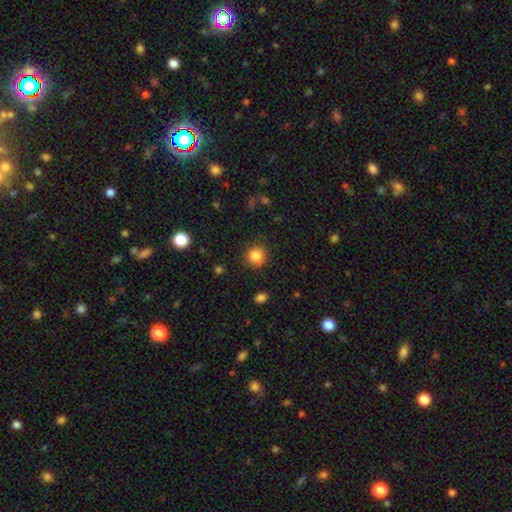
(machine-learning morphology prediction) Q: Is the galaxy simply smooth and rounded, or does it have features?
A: smooth — 84%.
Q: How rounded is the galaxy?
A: round — 92%.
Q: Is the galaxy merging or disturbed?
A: none — 87%.